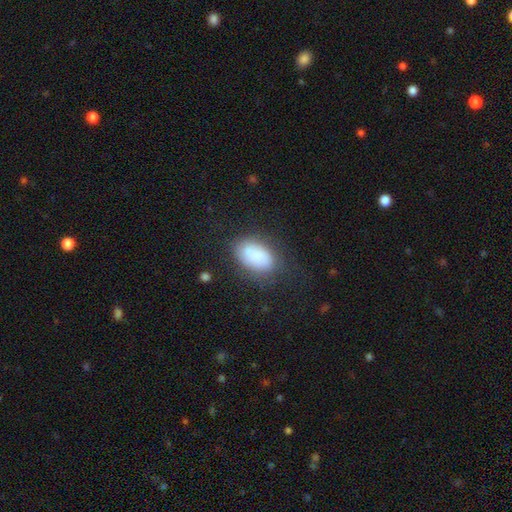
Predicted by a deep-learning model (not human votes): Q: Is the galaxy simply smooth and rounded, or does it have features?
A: smooth — 75%.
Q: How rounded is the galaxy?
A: in between — 91%.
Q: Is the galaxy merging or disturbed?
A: none — 66%.